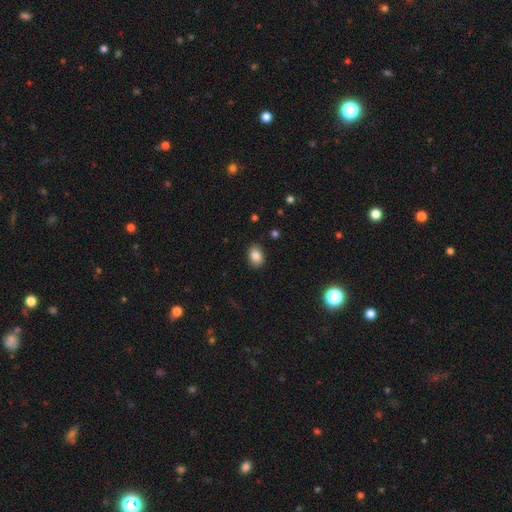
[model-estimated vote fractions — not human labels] smooth_or_featured: smooth (p=0.85) [alt: star or artifact p=0.09]
how_rounded: in between (p=0.77) [alt: round p=0.22]
merging: none (p=0.86) [alt: minor disturbance p=0.10]